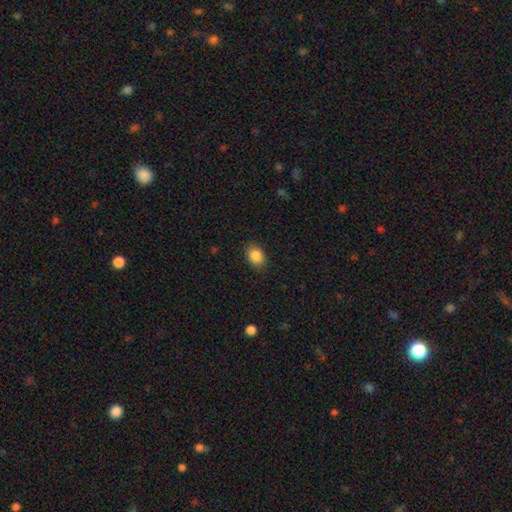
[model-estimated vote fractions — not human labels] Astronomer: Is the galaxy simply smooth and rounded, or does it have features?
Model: smooth — 87%.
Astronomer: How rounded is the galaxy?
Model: in between — 68%.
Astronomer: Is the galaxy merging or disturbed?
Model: none — 87%.